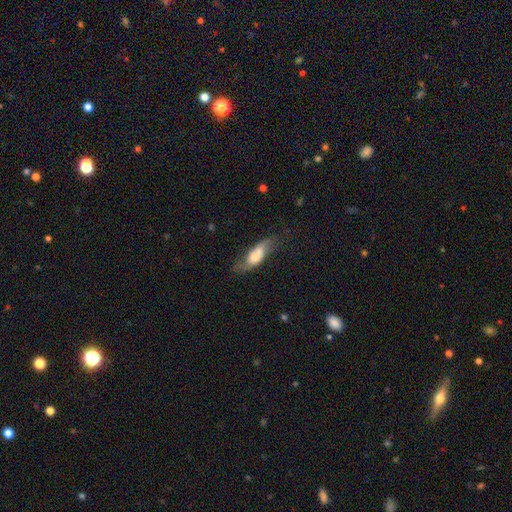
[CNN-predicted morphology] This is possibly a smooth galaxy (52%). How rounded: likely in between (65%). Merging: marginally none (45%).